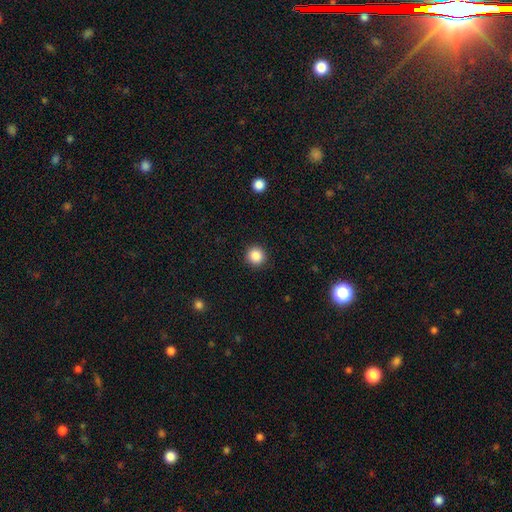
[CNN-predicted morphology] A smooth galaxy with no disk features (87%) that is round (95%). Merging: none (91%).